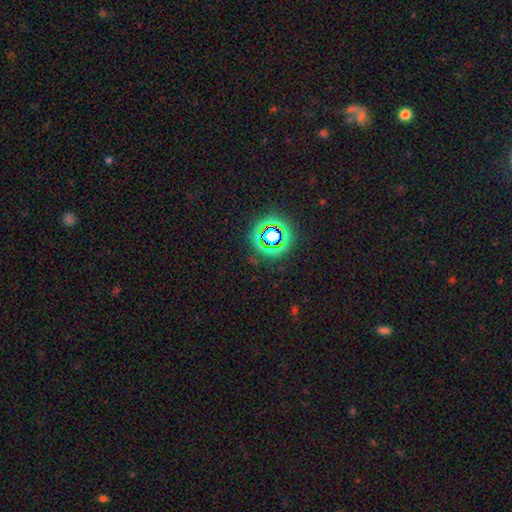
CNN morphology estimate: A star or artifact, not a galaxy (74%).

Vote fractions:
- Smooth or featured? star or artifact: 74% / smooth: 16% / featured or disk: 10%